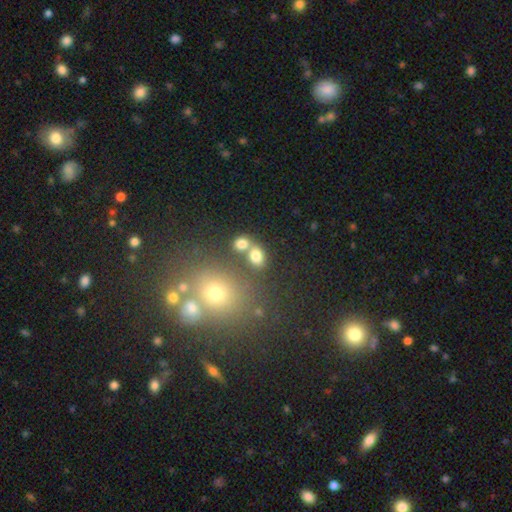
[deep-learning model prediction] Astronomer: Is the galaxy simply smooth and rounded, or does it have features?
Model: smooth — 76%.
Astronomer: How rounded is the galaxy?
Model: in between — 59% (runner-up: round, 39%).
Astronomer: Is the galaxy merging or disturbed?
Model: none — 51% (runner-up: merger, 33%).